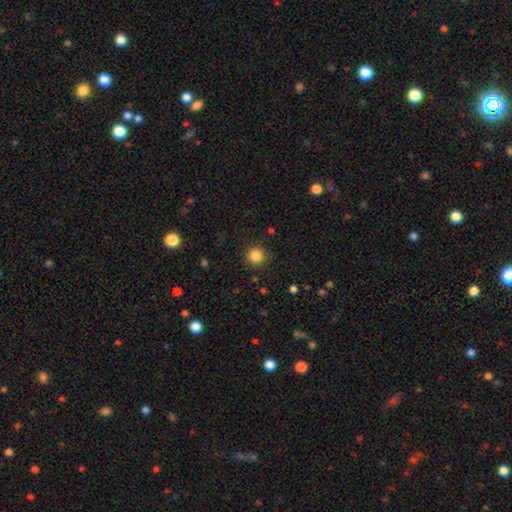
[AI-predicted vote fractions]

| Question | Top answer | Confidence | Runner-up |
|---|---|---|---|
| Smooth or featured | smooth | 84% | star or artifact (11%) |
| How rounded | round | 95% | in between (4%) |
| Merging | none | 89% | minor disturbance (7%) |